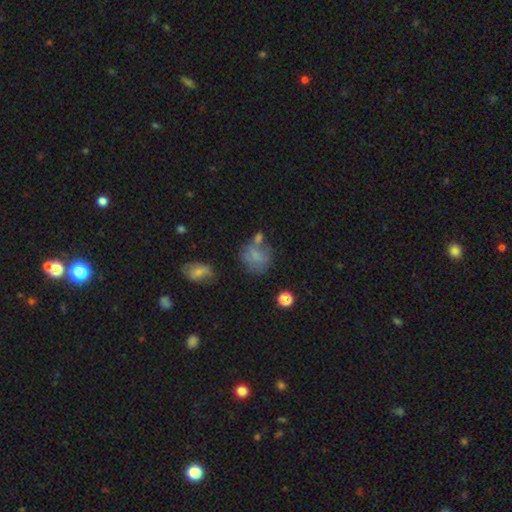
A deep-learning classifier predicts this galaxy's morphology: smooth 70%, featured or disk 18%, star or artifact 12%. Down the decision tree: how rounded — round (70%); merging — none (47%).